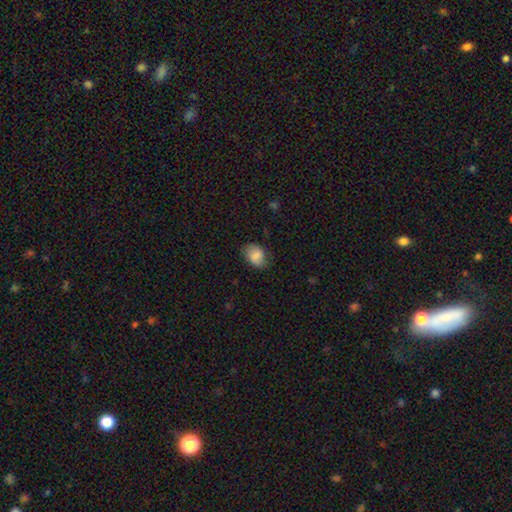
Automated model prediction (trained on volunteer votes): Morphology: type=smooth (80%); roundness=in between (76%); merging=none (72%).